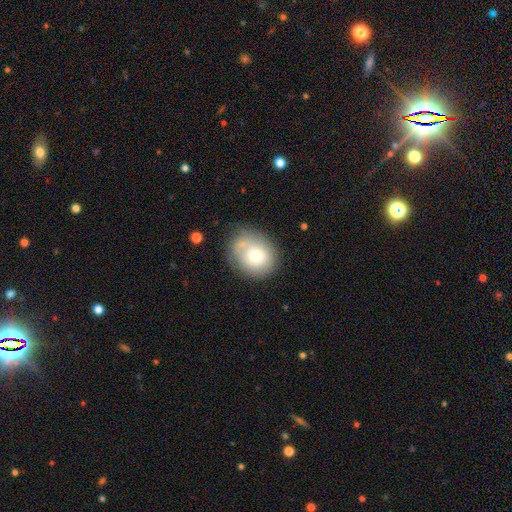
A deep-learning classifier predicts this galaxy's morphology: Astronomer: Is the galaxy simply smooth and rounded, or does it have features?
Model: smooth — 67%.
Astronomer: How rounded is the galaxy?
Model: round — 66%.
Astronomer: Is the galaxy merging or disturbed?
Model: none — 65%.